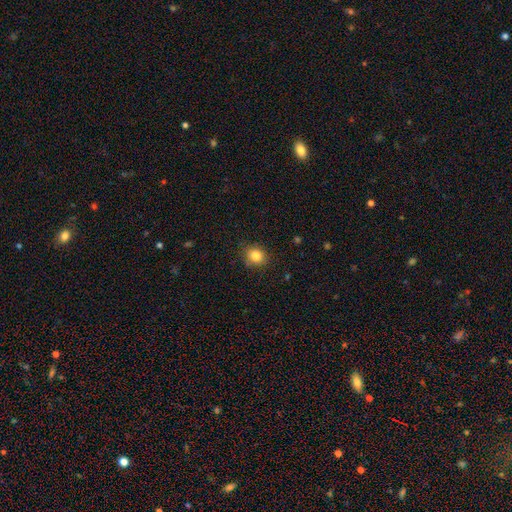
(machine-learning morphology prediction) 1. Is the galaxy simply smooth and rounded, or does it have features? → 84% smooth, 11% star or artifact, 5% featured or disk.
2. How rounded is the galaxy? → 68% round, 31% in between, 1% cigar-shaped.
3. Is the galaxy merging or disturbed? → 85% none, 11% minor disturbance, 3% major disturbance, 1% merger.